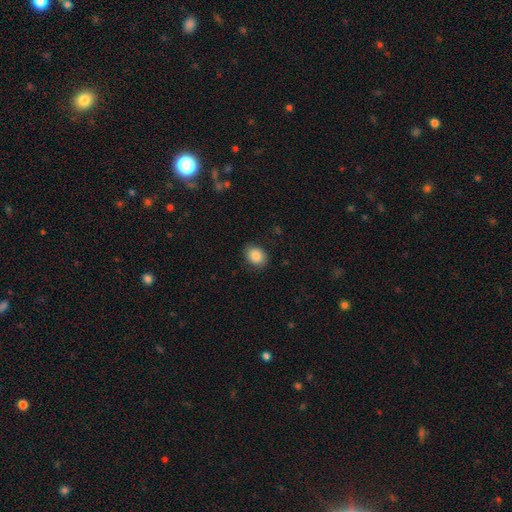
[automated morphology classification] smooth_or_featured: smooth (p=0.86) [alt: star or artifact p=0.08]
how_rounded: in between (p=0.54) [alt: round p=0.45]
merging: none (p=0.85) [alt: minor disturbance p=0.11]